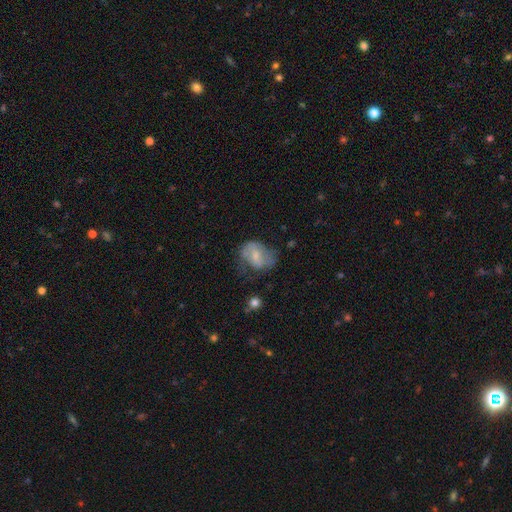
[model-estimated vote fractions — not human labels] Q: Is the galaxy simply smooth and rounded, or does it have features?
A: smooth — 49%.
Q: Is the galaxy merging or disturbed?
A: none — 41%.